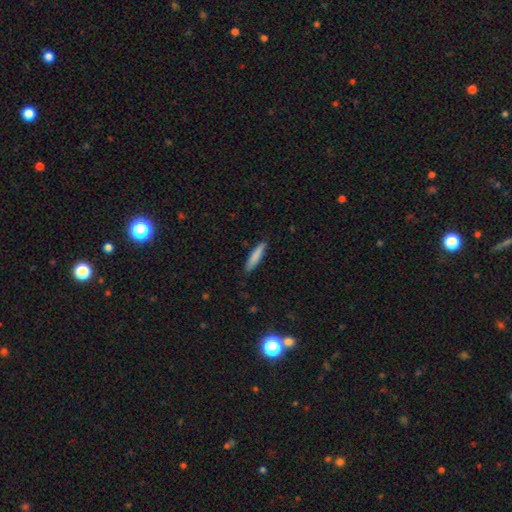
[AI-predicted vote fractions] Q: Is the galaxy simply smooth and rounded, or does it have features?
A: smooth — 84%.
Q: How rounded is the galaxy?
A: cigar-shaped — 86%.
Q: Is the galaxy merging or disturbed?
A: none — 88%.